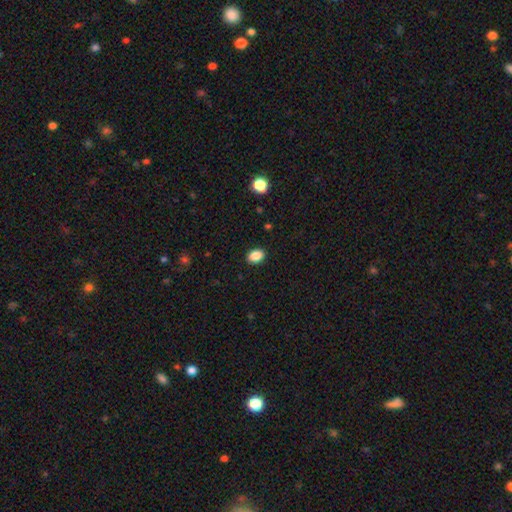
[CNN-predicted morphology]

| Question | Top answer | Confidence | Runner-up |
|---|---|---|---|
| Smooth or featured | smooth | 88% | star or artifact (9%) |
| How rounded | in between | 78% | round (21%) |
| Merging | none | 90% | minor disturbance (7%) |